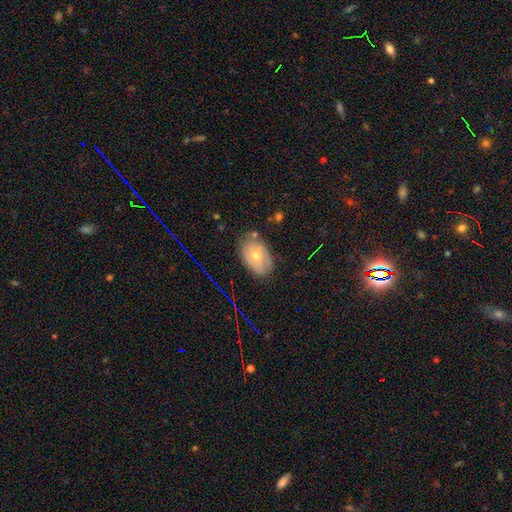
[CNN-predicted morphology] type=featured or disk (45%); merging=none (72%).